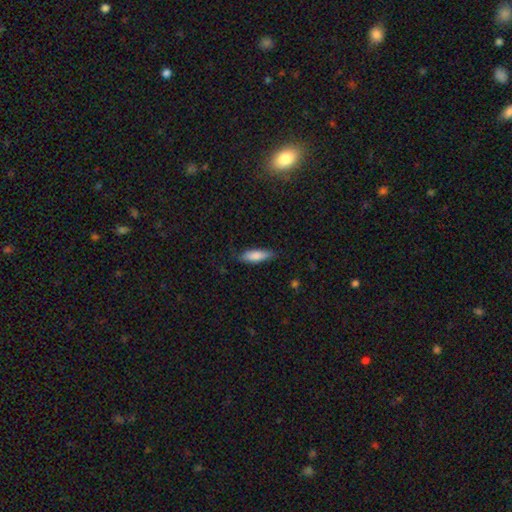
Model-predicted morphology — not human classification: A smooth galaxy with no disk features (82%) that is in between round and cigar-shaped (55%). Merging: none (79%).